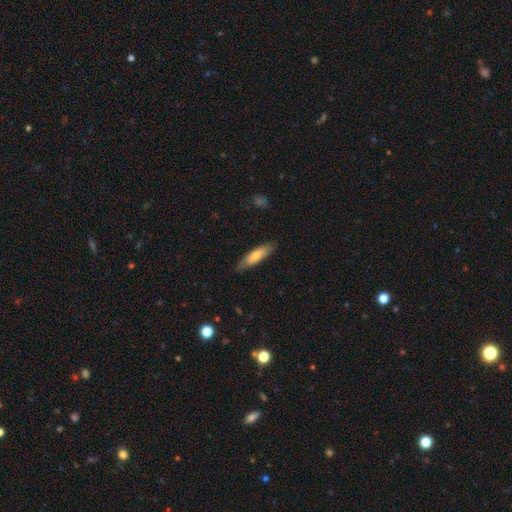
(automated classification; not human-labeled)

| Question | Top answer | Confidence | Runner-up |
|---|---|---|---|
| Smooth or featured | smooth | 69% | featured or disk (26%) |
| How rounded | cigar-shaped | 61% | in between (37%) |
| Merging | none | 82% | minor disturbance (15%) |